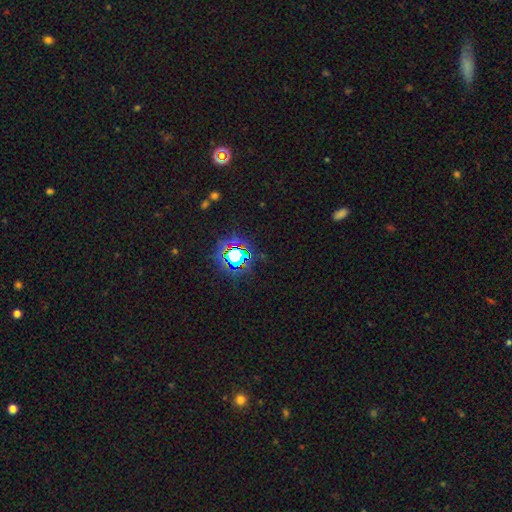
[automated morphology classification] The model was most divided on "smooth or featured": star or artifact: 77%, smooth: 14%, featured or disk: 9%.